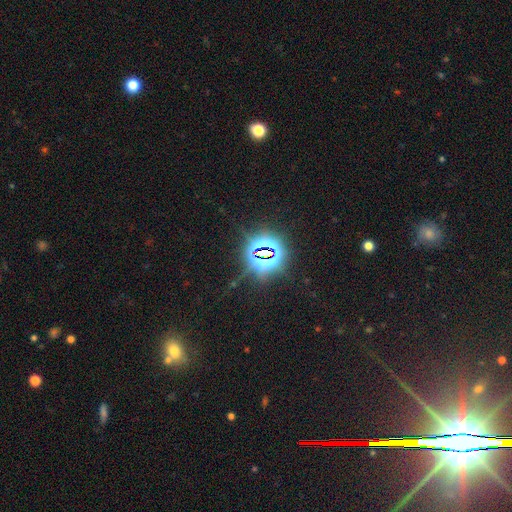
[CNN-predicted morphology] This appears to be a star or artifact, not a galaxy (80%).